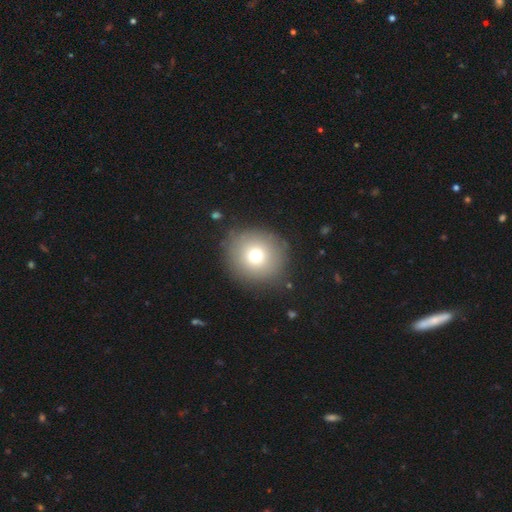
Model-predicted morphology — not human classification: Smooth or featured? Predicted: smooth (p=0.72). How rounded? Predicted: round (p=0.91). Merging? Predicted: none (p=0.86).